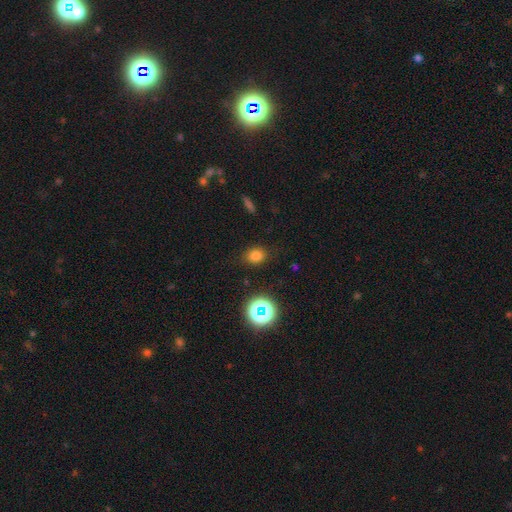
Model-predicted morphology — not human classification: This is likely a smooth galaxy (75%). How rounded: possibly round (52%). Merging: clearly none (84%).